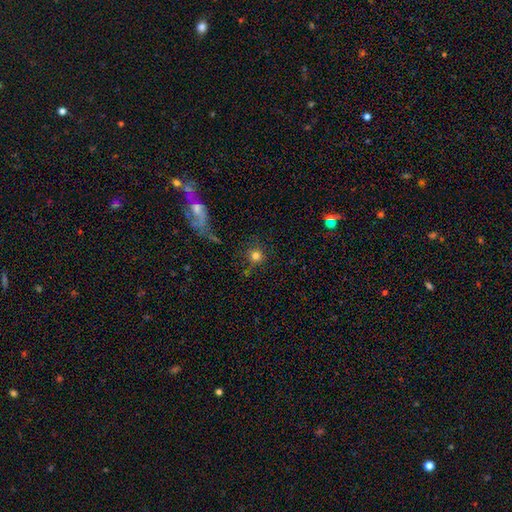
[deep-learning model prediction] The model was most divided on "merging": none: 76%, minor disturbance: 11%, merger: 8%, major disturbance: 6%. More confident: how rounded — round (93%); smooth or featured — smooth (79%).